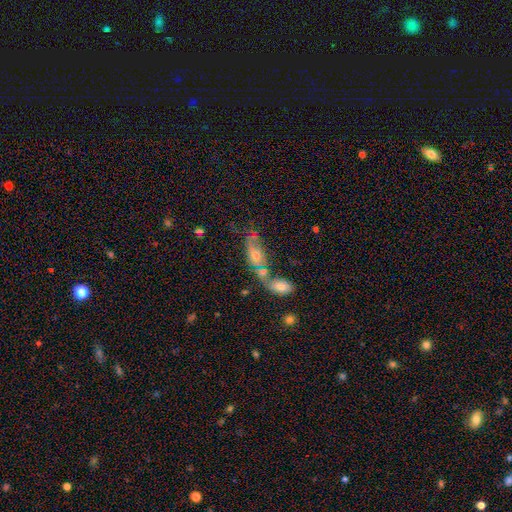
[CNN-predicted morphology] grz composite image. It shows a smooth galaxy with no disk features (48%). Merging: merger (50%).